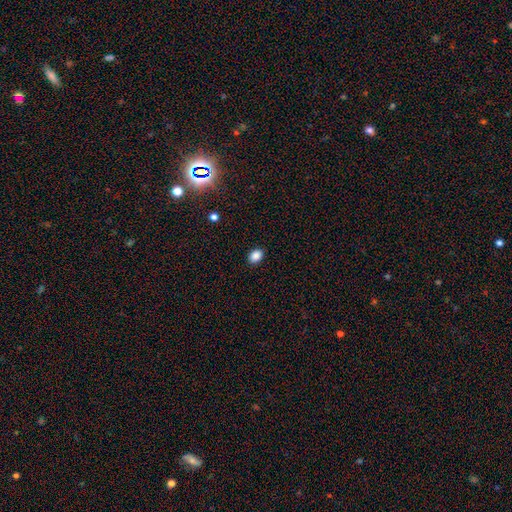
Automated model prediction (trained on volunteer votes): The model was most divided on "how rounded": in between: 69%, round: 30%, cigar-shaped: 1%. More confident: merging — none (90%); smooth or featured — smooth (88%).